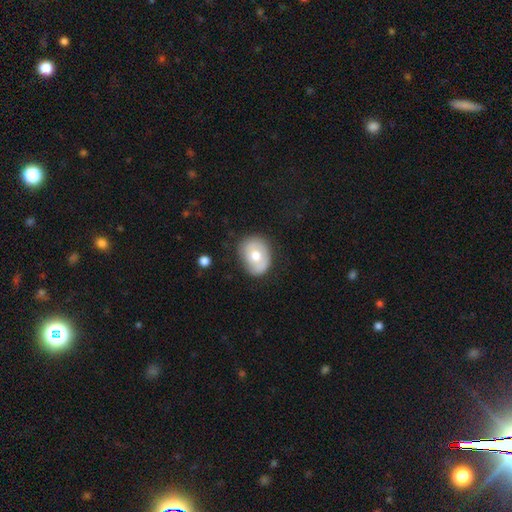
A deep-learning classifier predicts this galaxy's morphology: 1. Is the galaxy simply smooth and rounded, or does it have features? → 61% smooth, 32% featured or disk, 7% star or artifact.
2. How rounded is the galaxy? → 58% in between, 41% round, 1% cigar-shaped.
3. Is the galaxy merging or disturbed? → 72% none, 20% minor disturbance, 6% major disturbance, 2% merger.